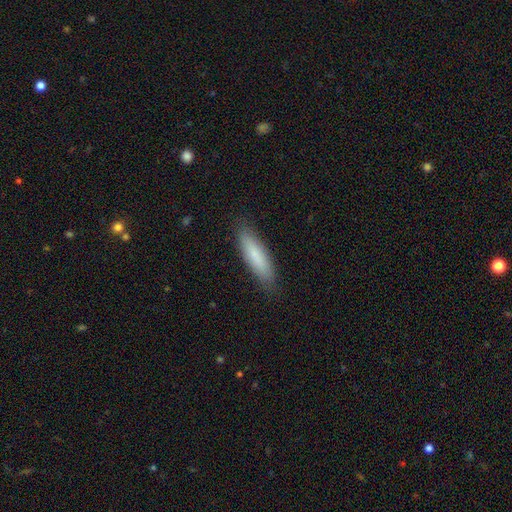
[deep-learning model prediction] This appears to be a smooth galaxy with no disk features (78%) that is cigar-shaped (67%). Merging: none (86%).